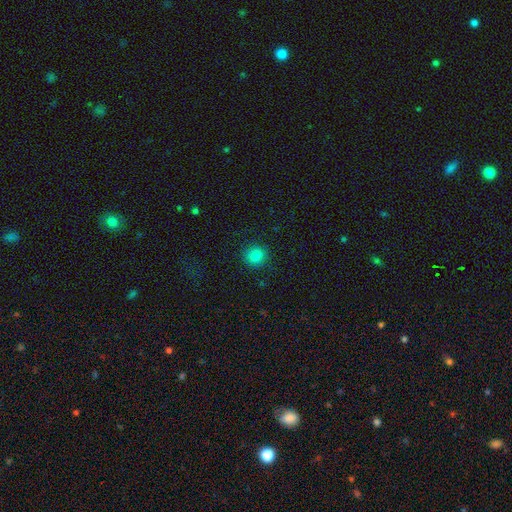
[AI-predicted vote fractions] A smooth galaxy with no disk features (84%) that is round (87%). Merging: none (88%).